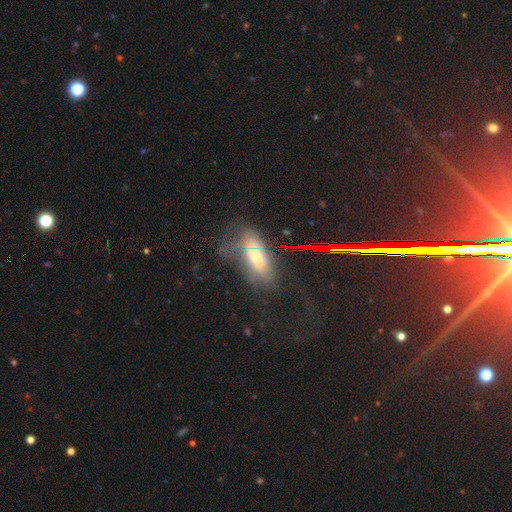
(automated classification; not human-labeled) This appears to be a smooth galaxy with no disk features (48%). Merging: none (42%).